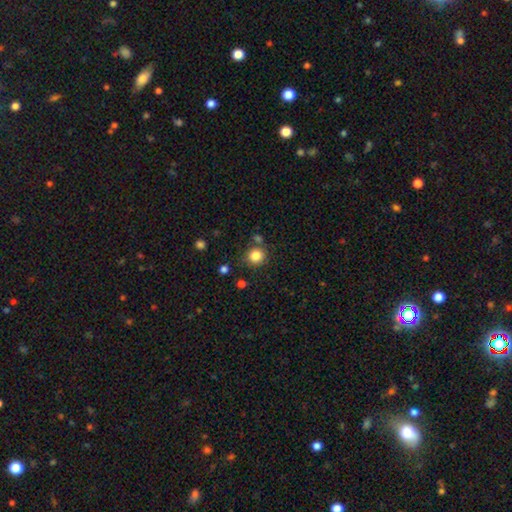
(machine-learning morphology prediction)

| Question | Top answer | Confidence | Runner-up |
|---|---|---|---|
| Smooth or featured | smooth | 84% | star or artifact (11%) |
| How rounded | round | 88% | in between (11%) |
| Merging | none | 78% | minor disturbance (10%) |